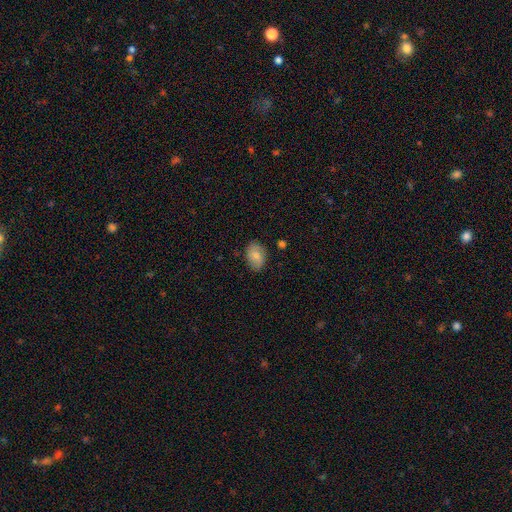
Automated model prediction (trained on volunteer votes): smooth_or_featured: smooth (p=0.78) [alt: featured or disk p=0.15]
how_rounded: in between (p=0.84) [alt: round p=0.14]
merging: none (p=0.80) [alt: minor disturbance p=0.16]